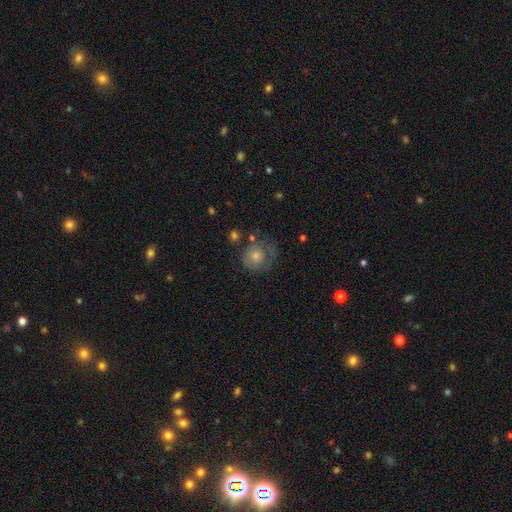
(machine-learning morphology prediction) Smooth or featured?
  - smooth: 46% *
  - featured or disk: 41%
  - star or artifact: 13%
Merging?
  - none: 59% *
  - minor disturbance: 20%
  - major disturbance: 17%
  - merger: 4%